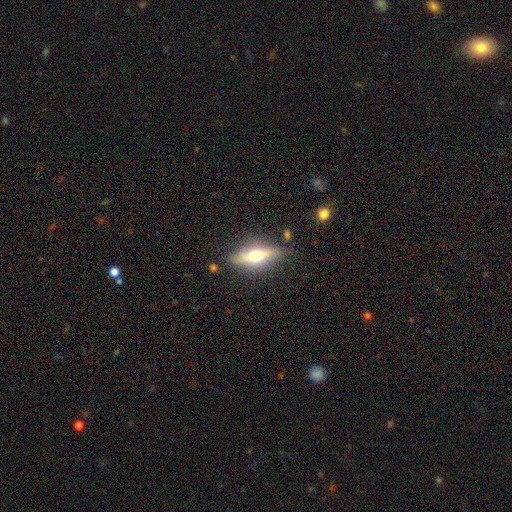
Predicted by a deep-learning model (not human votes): Smooth or featured? Predicted: featured or disk (p=0.55). Edge-on disk? Predicted: yes (p=0.82). Merging? Predicted: none (p=0.79).